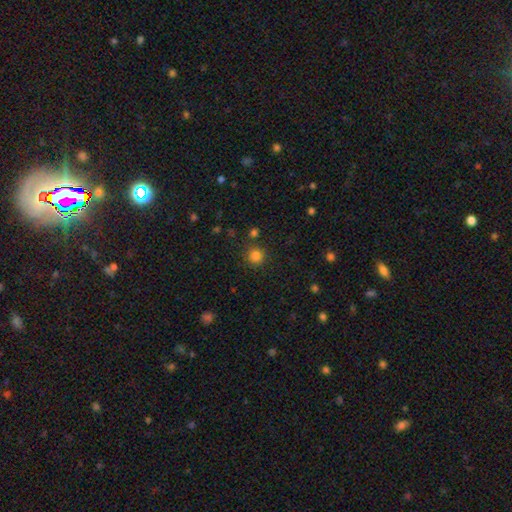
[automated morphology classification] This is clearly a smooth galaxy (82%). How rounded: clearly round (93%). Merging: clearly none (86%).